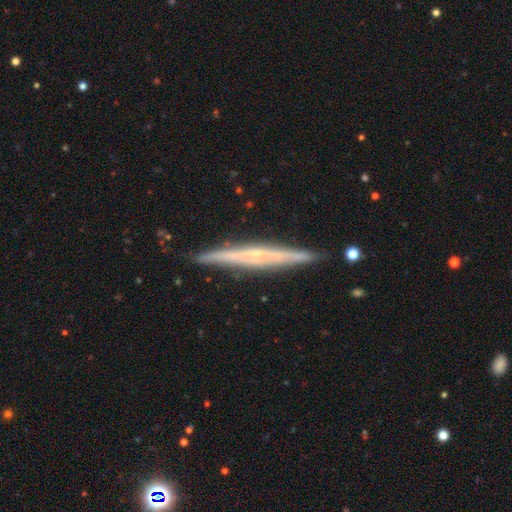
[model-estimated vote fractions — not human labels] Smooth or featured? featured or disk (76%)
Edge-on disk? yes (98%)
Edge-on bulge? rounded (46%)
Merging? none (89%)